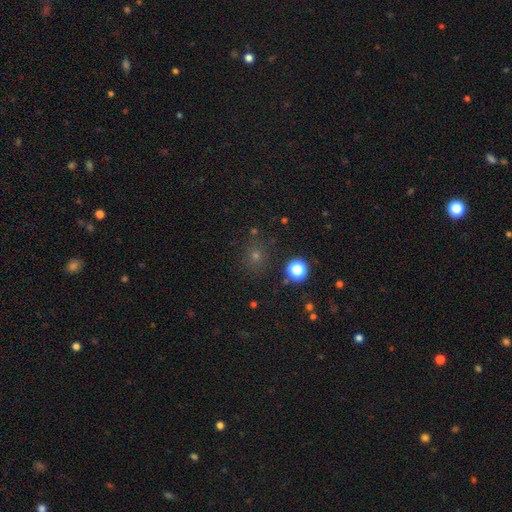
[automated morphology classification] smooth-or-featured: smooth: 56% | star or artifact: 35% | featured or disk: 9%
  how-rounded: round: 84% | in between: 15% | cigar-shaped: 1%
  merging: none: 83% | minor disturbance: 9% | merger: 4% | major disturbance: 4%